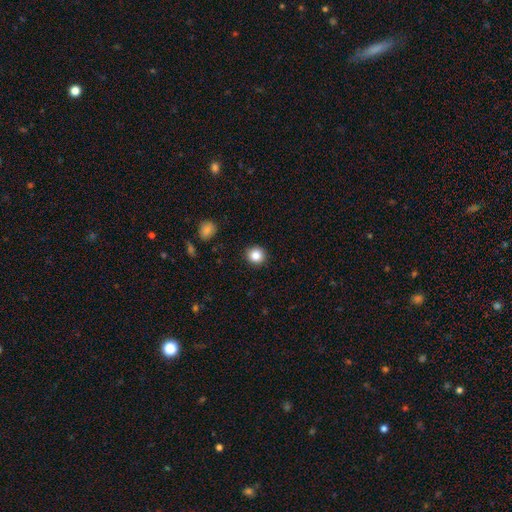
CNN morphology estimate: smooth 84%, star or artifact 10%, featured or disk 5%. Down the decision tree: how rounded — round (90%); merging — none (92%).